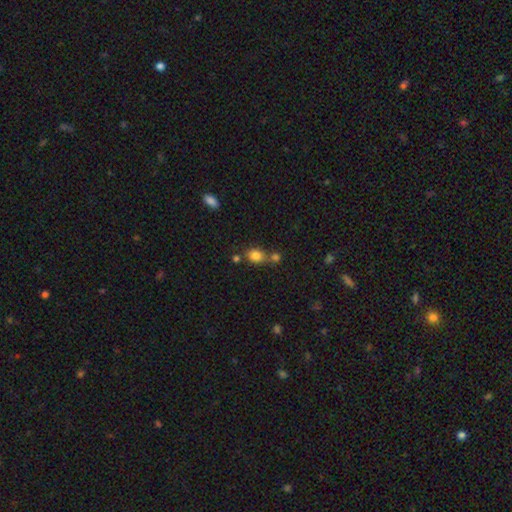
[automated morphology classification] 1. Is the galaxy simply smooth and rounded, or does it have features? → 81% smooth, 12% star or artifact, 7% featured or disk.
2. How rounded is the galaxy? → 56% round, 42% in between, 2% cigar-shaped.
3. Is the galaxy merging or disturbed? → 52% none, 32% merger, 12% minor disturbance, 4% major disturbance.